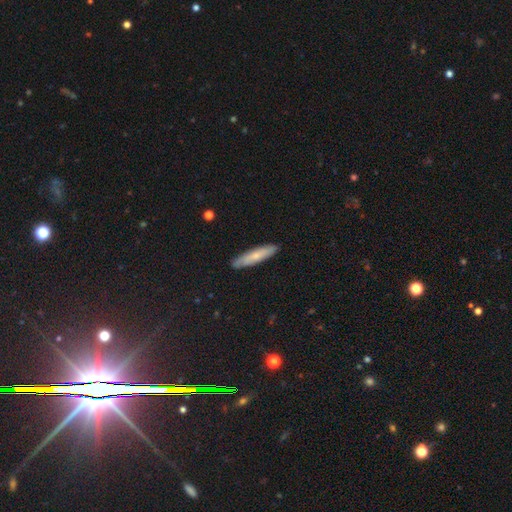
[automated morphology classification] Smooth or featured: smooth — 67% (featured or disk — 27%)
How rounded: cigar-shaped — 85% (in between — 13%)
Merging: none — 89% (minor disturbance — 9%)